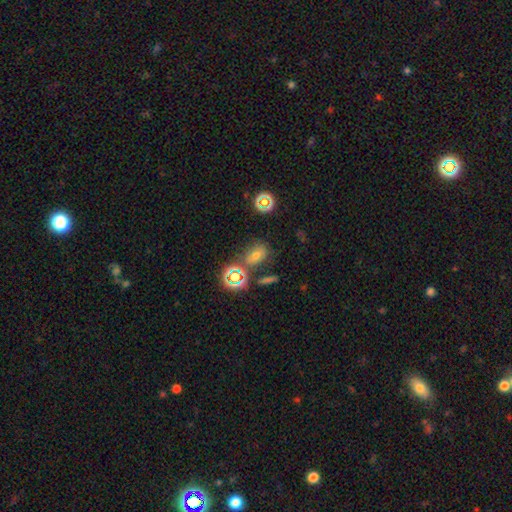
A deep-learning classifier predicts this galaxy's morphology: This is possibly a smooth galaxy (52%). How rounded: likely in between (61%). Merging: likely none (69%).